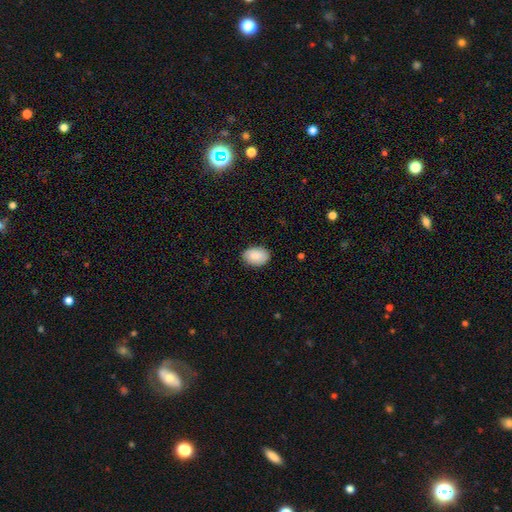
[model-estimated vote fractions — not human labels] This appears to be a smooth galaxy with no disk features (87%) that is in between round and cigar-shaped (84%). Merging: none (87%).